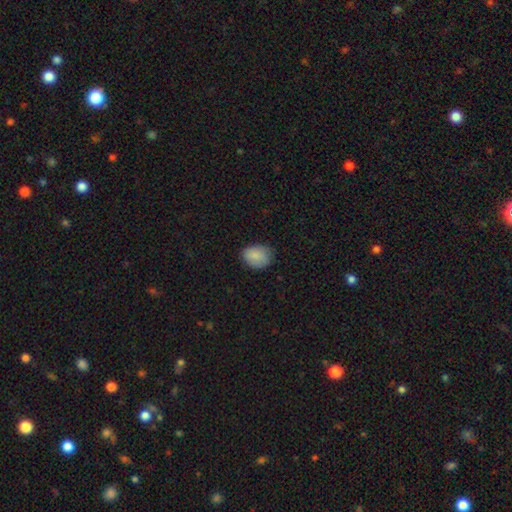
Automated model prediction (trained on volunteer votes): Morphology: type=smooth (86%); roundness=in between (57%); merging=none (76%).